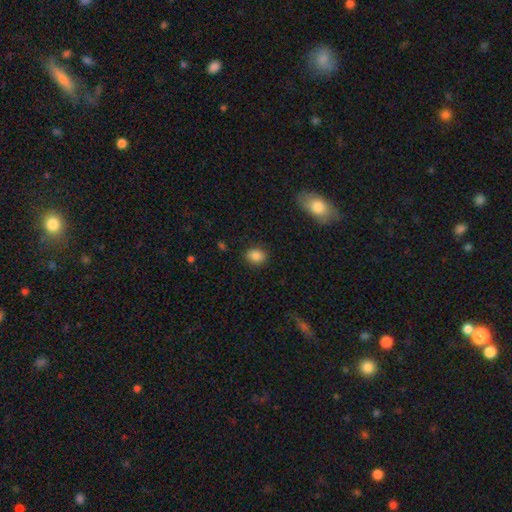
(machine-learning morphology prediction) The model was most divided on "how rounded": in between: 57%, round: 42%, cigar-shaped: 1%. More confident: merging — none (88%); smooth or featured — smooth (85%).